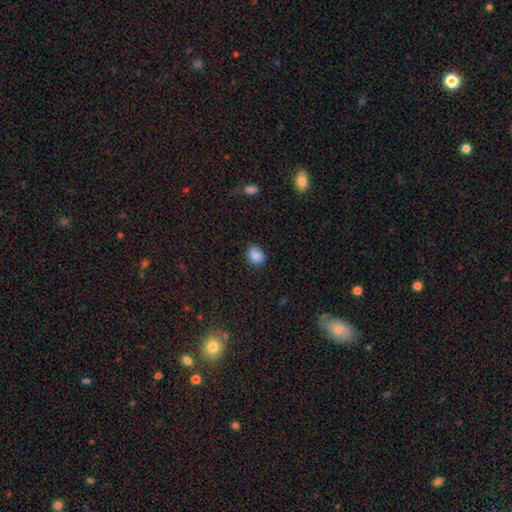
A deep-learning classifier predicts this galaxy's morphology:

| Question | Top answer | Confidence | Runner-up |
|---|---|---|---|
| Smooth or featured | smooth | 84% | star or artifact (9%) |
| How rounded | in between | 63% | round (36%) |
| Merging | none | 74% | minor disturbance (20%) |